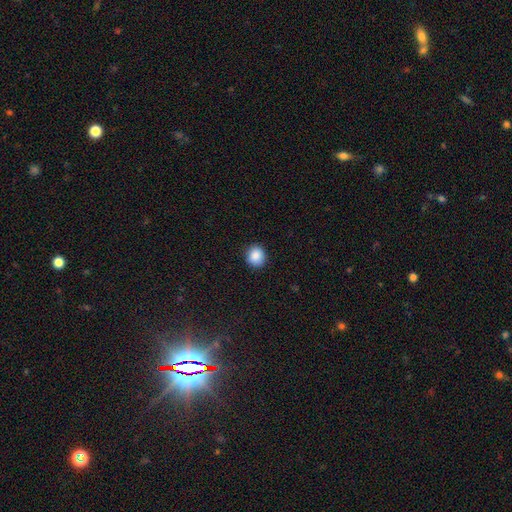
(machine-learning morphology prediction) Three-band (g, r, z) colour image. It shows a smooth galaxy with no disk features (88%) that is round (85%). Merging: none (89%).